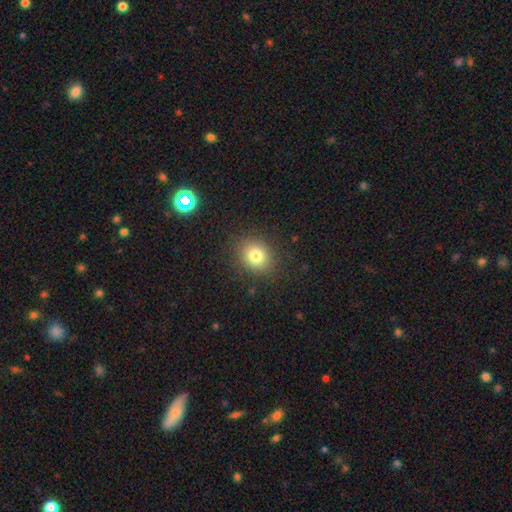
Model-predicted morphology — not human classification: smooth_or_featured: smooth (p=0.79) [alt: star or artifact p=0.12]
how_rounded: round (p=0.57) [alt: in between p=0.42]
merging: none (p=0.86) [alt: minor disturbance p=0.09]